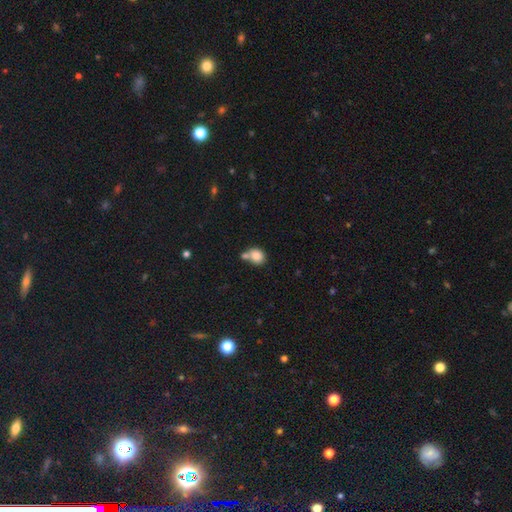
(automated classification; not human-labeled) Smooth or featured? Predicted: smooth (p=0.81). How rounded? Predicted: round (p=0.69). Merging? Predicted: none (p=0.43).